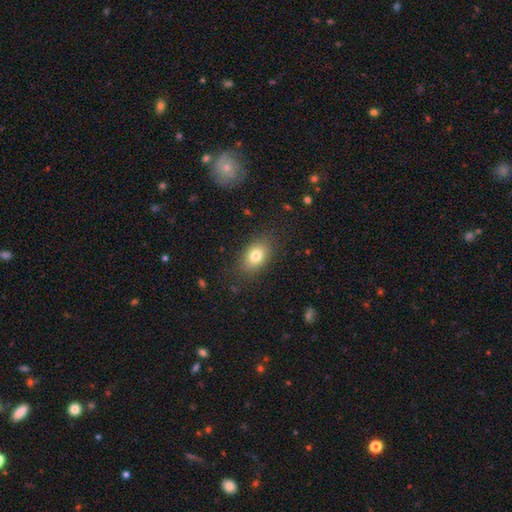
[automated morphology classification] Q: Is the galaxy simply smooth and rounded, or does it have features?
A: smooth — 79%.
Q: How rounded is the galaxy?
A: in between — 83%.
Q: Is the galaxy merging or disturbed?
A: none — 84%.